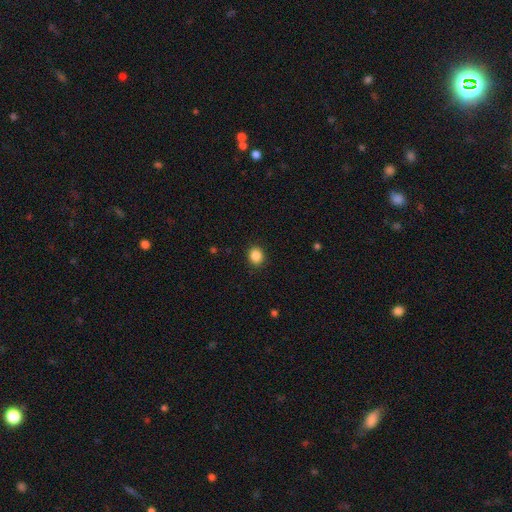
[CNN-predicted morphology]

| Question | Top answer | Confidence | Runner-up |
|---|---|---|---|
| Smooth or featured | smooth | 87% | star or artifact (10%) |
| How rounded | round | 67% | in between (32%) |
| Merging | none | 90% | minor disturbance (7%) |